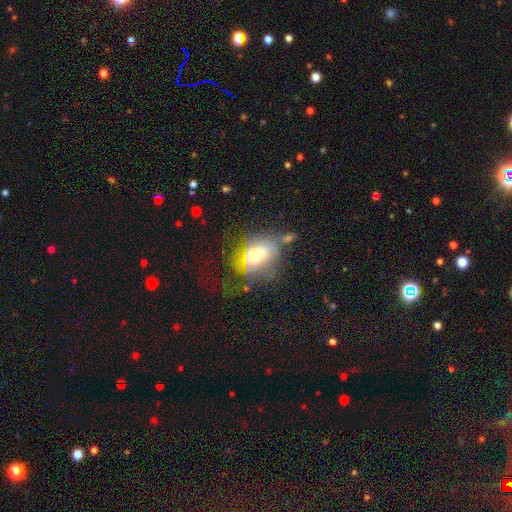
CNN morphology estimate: Q: Smooth or featured?
A: featured or disk (50%); runner-up: smooth (37%)
Q: Edge-on disk?
A: no (94%); runner-up: yes (6%)
Q: Merging?
A: none (38%); runner-up: major disturbance (30%)